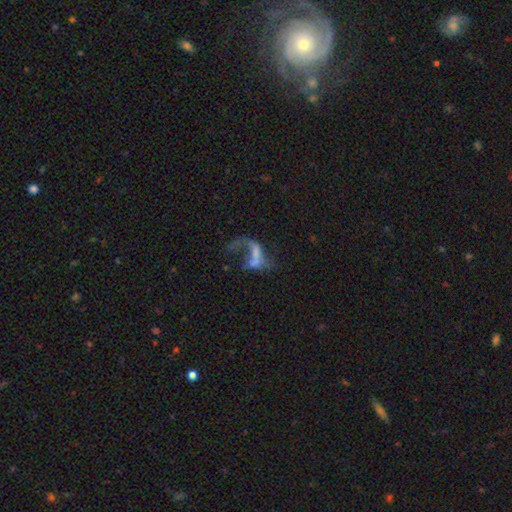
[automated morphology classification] Q: Smooth or featured?
A: featured or disk (59%); runner-up: smooth (25%)
Q: Edge-on disk?
A: no (95%); runner-up: yes (5%)
Q: Bar?
A: no (63%); runner-up: weak (23%)
Q: Spiral arms?
A: no (61%); runner-up: yes (39%)
Q: Bulge size?
A: none (62%); runner-up: small (18%)
Q: Merging?
A: major disturbance (50%); runner-up: merger (21%)